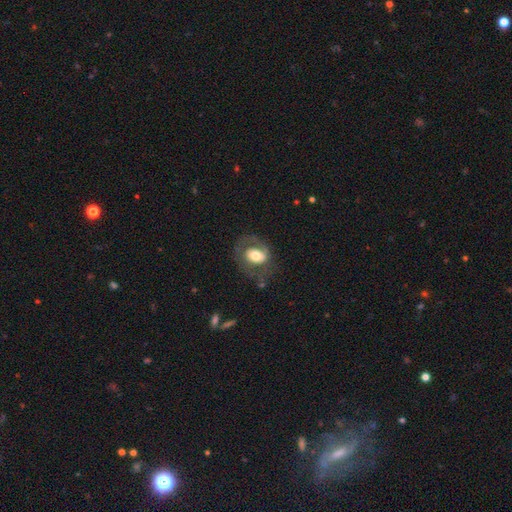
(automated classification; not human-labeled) Q: Smooth or featured?
A: featured or disk (49%); runner-up: smooth (44%)
Q: Merging?
A: none (54%); runner-up: major disturbance (22%)